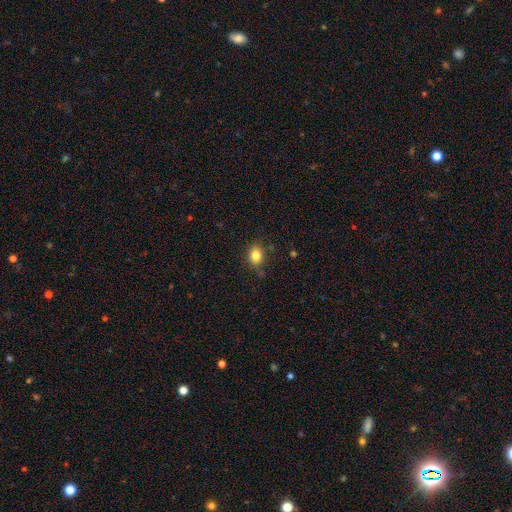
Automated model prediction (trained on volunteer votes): Smooth or featured? smooth (83%)
How rounded? in between (56%)
Merging? none (76%)